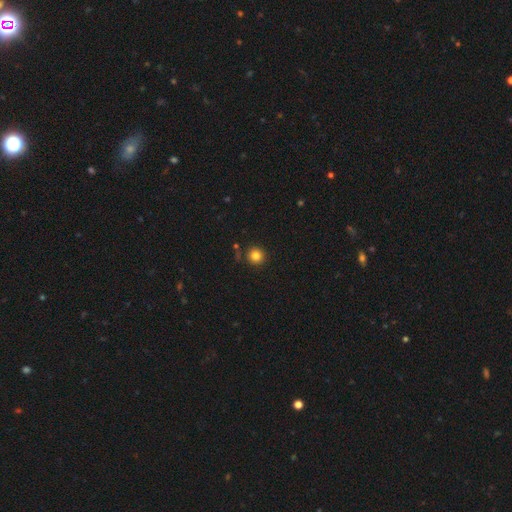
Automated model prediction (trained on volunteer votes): A smooth galaxy with no disk features (82%) that is round (95%). Merging: none (88%).